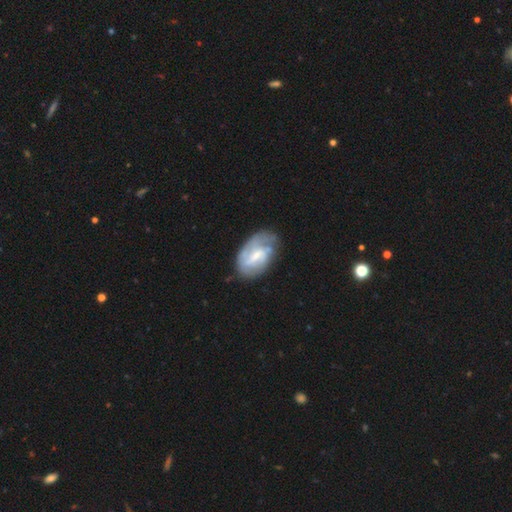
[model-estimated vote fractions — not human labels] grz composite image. It shows a featured or disk galaxy (68%) with a weak bar (55%), 2 (43%) medium (39%) spiral arms (80%) and a small central bulge (55%). Merging: none (52%).